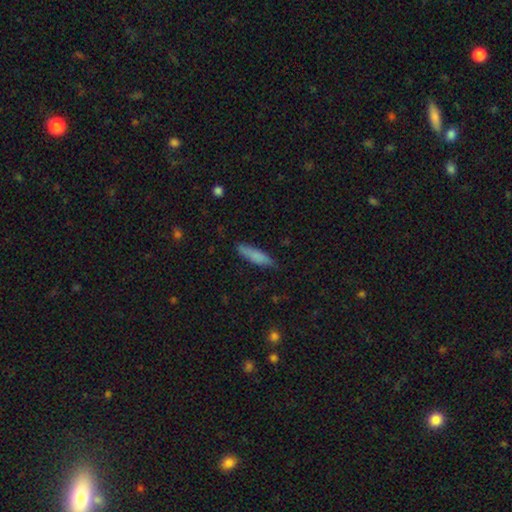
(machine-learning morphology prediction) A smooth galaxy with no disk features (79%) that is cigar-shaped (73%). Merging: none (77%).